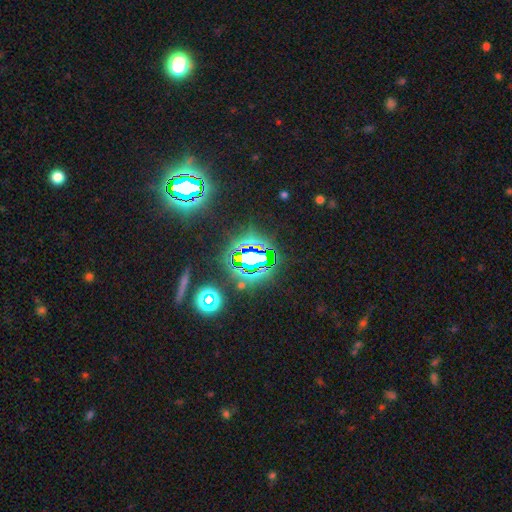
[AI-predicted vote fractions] Smooth or featured?
  - star or artifact: 77% *
  - featured or disk: 11%
  - smooth: 11%